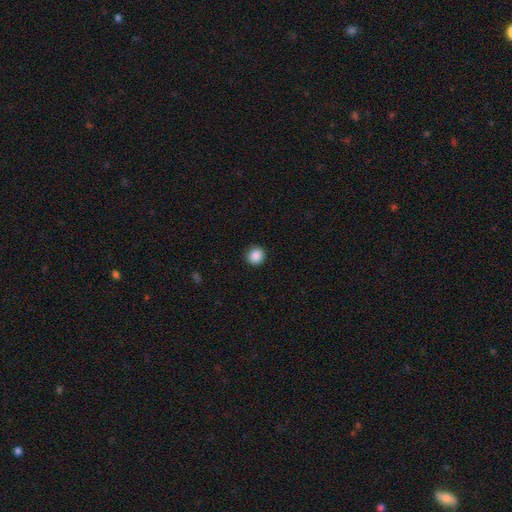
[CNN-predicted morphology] Smooth or featured? smooth (88%)
How rounded? round (93%)
Merging? none (92%)